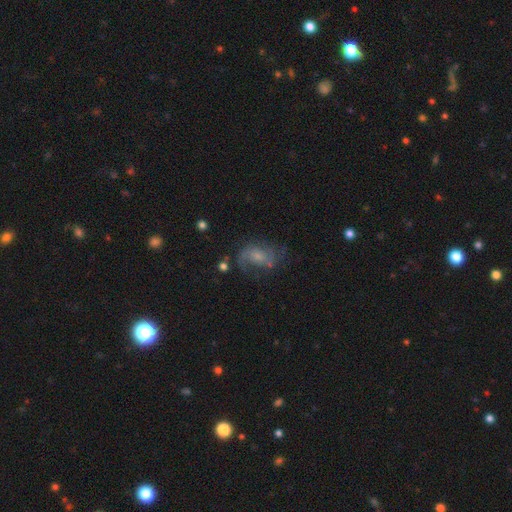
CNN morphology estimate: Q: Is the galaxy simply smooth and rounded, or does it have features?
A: featured or disk — 65%.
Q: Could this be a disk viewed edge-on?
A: no — 96%.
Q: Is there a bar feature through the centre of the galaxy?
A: no — 62%.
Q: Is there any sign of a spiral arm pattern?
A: yes — 84%.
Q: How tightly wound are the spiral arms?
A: medium — 41%.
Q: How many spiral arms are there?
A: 2 — 54%.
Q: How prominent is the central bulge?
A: small — 57%.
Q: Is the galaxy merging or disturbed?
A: none — 54%.